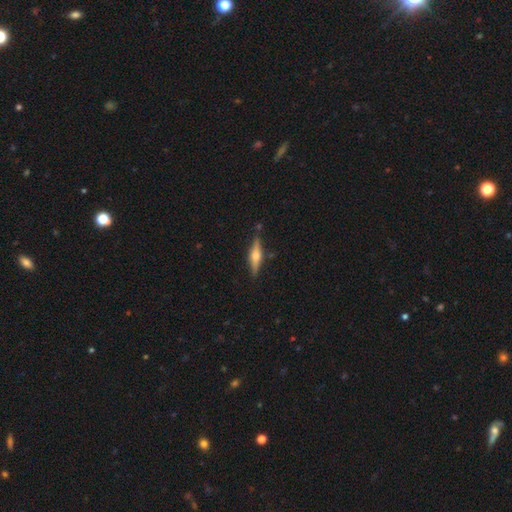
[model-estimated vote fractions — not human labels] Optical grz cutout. It shows a featured or disk galaxy (65%) viewed edge-on (96%) with a rounded central bulge (91%). Merging: none (85%).